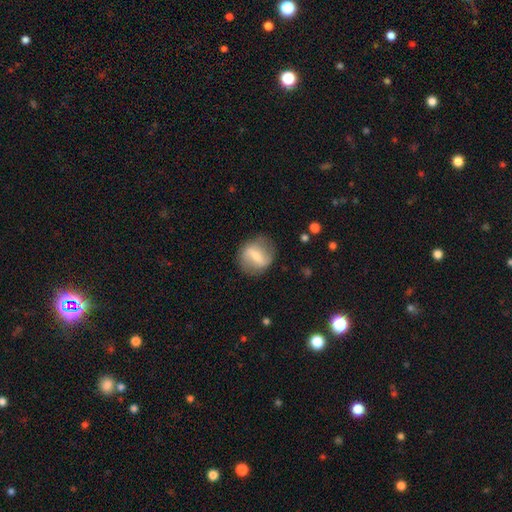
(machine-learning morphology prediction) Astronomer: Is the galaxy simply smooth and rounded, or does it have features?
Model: featured or disk — 55% (runner-up: smooth, 38%).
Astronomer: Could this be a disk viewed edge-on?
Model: no — 93%.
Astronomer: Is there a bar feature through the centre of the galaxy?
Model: strong — 53% (runner-up: weak, 35%).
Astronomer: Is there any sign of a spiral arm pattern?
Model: yes — 62% (runner-up: no, 38%).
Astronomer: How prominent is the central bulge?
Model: small — 49% (runner-up: moderate, 34%).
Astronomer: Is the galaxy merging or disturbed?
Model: none — 78%.